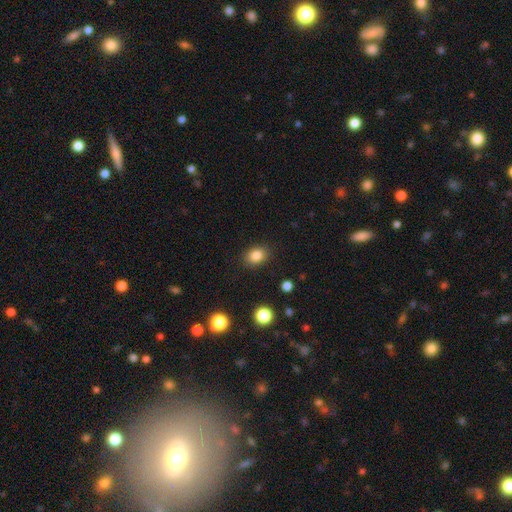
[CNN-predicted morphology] The model was most divided on "how rounded": in between: 61%, round: 38%, cigar-shaped: 1%. More confident: merging — none (88%); smooth or featured — smooth (84%).